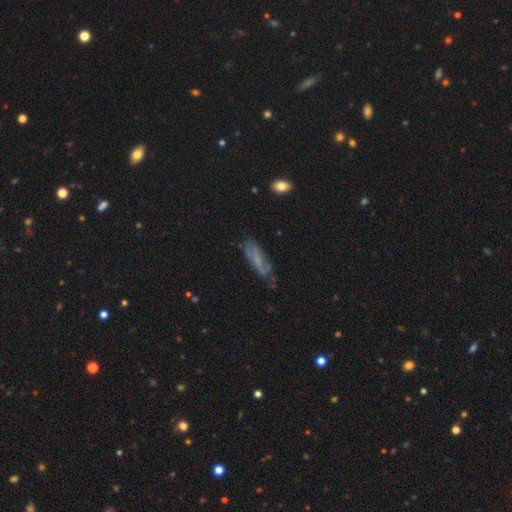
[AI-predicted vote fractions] Smooth or featured: featured or disk — 55% (smooth — 32%)
Edge-on disk: no — 78% (yes — 22%)
Merging: none — 64% (minor disturbance — 24%)